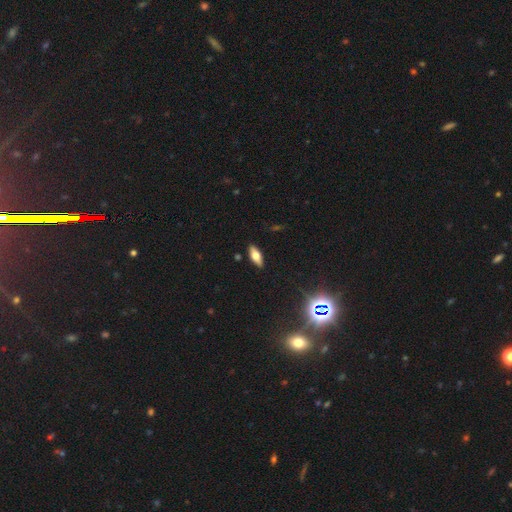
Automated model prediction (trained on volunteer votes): A smooth galaxy with no disk features (57%) that is in between round and cigar-shaped (75%). Merging: none (89%).